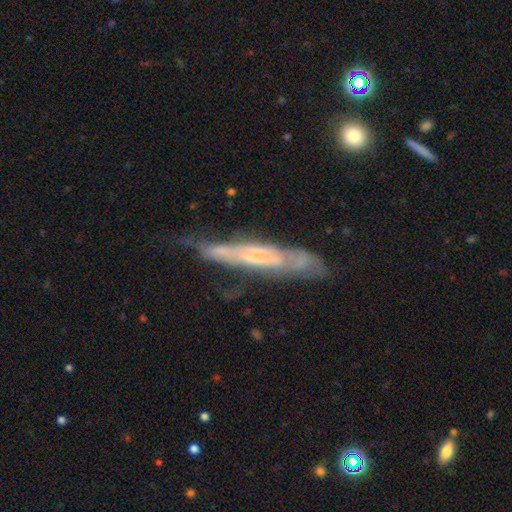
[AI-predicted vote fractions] Overall: featured or disk (70%). Edge-on disk: yes (62%; no 38%). Merging: none (54%; minor disturbance 29%).